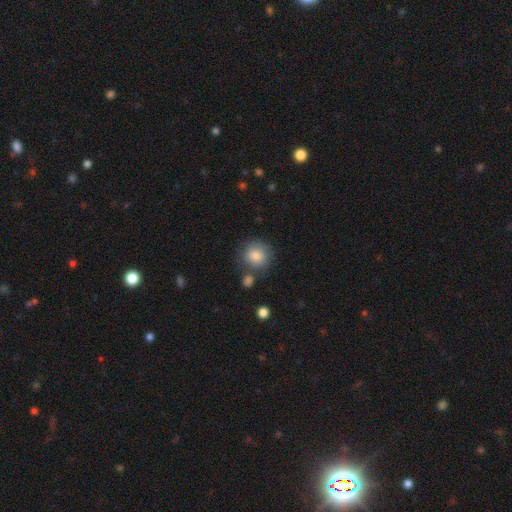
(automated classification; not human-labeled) A smooth galaxy with no disk features (82%) that is round (89%). Merging: none (71%).